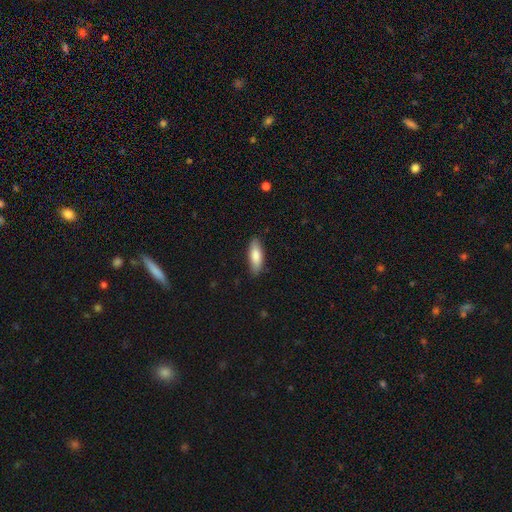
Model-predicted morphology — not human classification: A smooth galaxy with no disk features (83%) that is in between round and cigar-shaped (64%). Merging: none (85%).